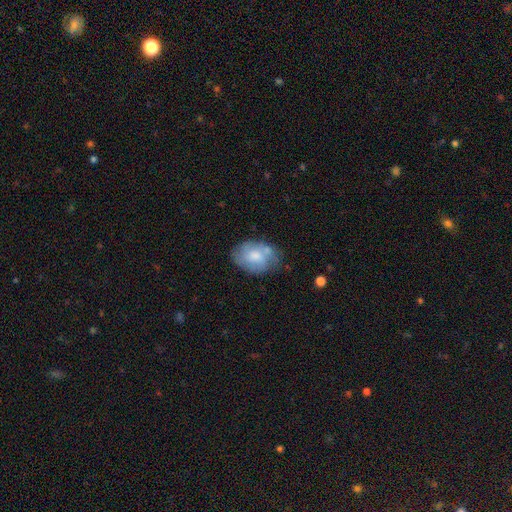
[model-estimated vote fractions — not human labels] A smooth galaxy with no disk features (62%) that is in between round and cigar-shaped (76%).

Vote fractions:
- Smooth or featured? smooth: 62% / featured or disk: 31% / star or artifact: 7%
- How rounded? in between: 76% / round: 22% / cigar-shaped: 1%
- Merging? none: 53% / minor disturbance: 30% / major disturbance: 10% / merger: 7%